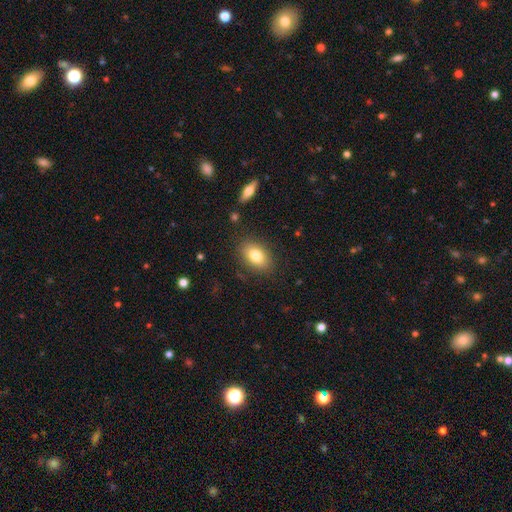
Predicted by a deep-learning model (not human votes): A smooth galaxy with no disk features (80%) that is in between round and cigar-shaped (86%).

Vote fractions:
- Smooth or featured? smooth: 80% / featured or disk: 12% / star or artifact: 8%
- How rounded? in between: 86% / round: 12% / cigar-shaped: 2%
- Merging? none: 85% / minor disturbance: 10% / major disturbance: 3% / merger: 2%